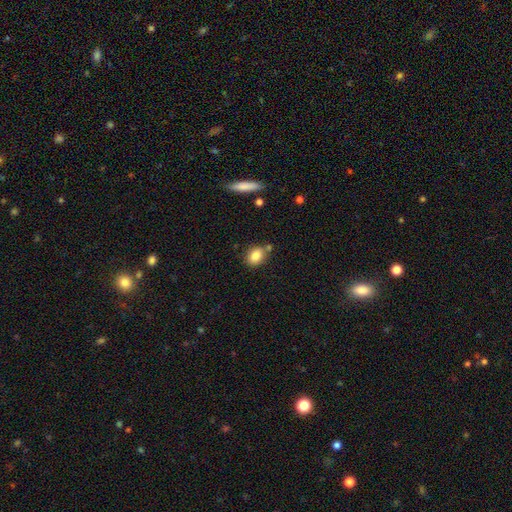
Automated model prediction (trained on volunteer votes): This appears to be a smooth galaxy with no disk features (84%) that is in between round and cigar-shaped (64%). Merging: none (71%).